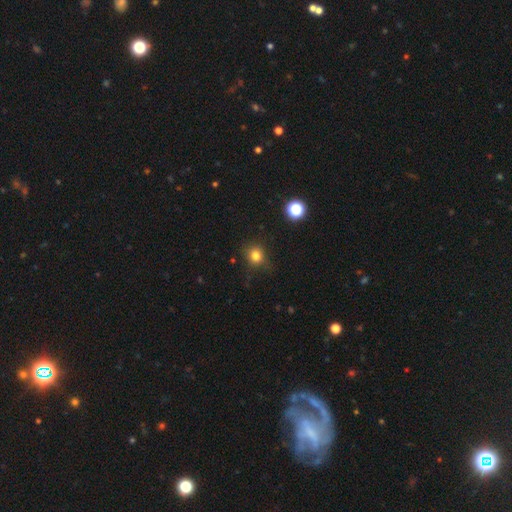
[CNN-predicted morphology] smooth 80%, star or artifact 14%, featured or disk 6%. Down the decision tree: how rounded — round (83%); merging — none (79%).